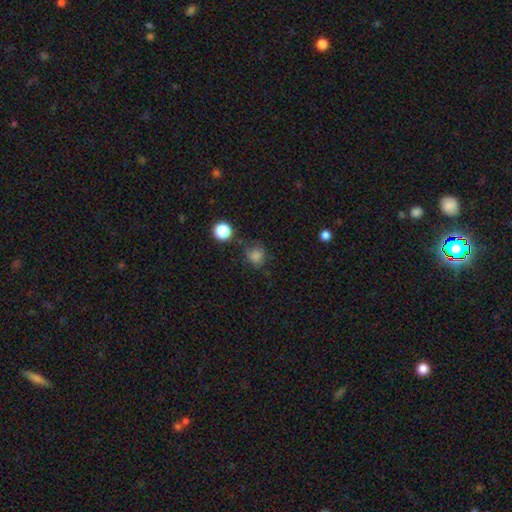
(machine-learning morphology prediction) Overall: smooth (79%). How rounded: round (82%). Merging: none (69%).